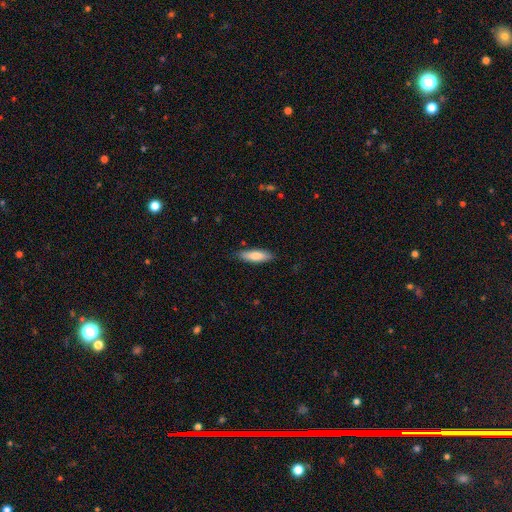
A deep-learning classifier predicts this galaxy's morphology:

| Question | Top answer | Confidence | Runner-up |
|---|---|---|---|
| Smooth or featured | smooth | 77% | featured or disk (18%) |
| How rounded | cigar-shaped | 53% | in between (45%) |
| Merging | none | 83% | minor disturbance (13%) |